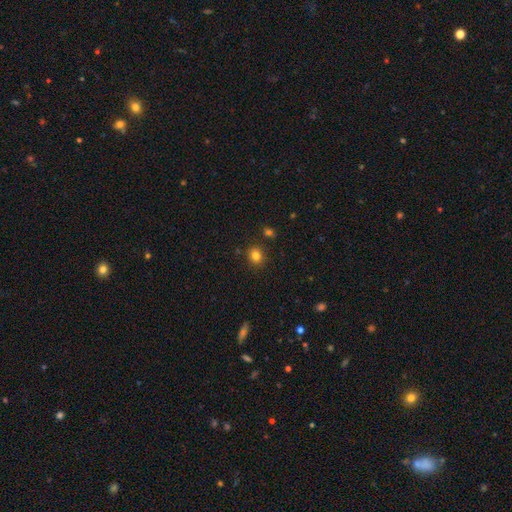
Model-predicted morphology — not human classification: A smooth galaxy with no disk features (81%) that is round (84%).

Vote fractions:
- Smooth or featured? smooth: 81% / star or artifact: 13% / featured or disk: 6%
- How rounded? round: 84% / in between: 15% / cigar-shaped: 1%
- Merging? none: 87% / minor disturbance: 7% / merger: 3% / major disturbance: 2%